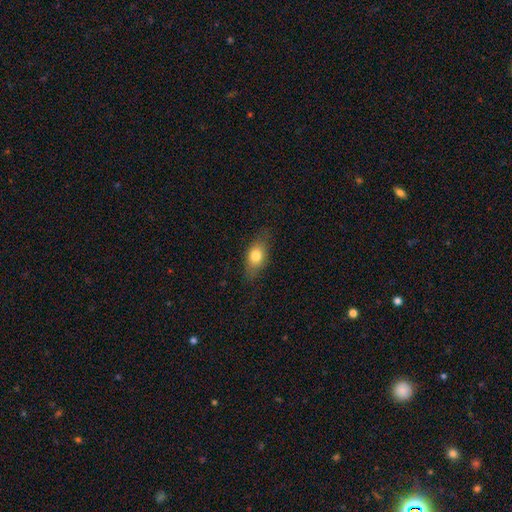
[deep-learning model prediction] Q: Smooth or featured?
A: smooth (76%); runner-up: featured or disk (16%)
Q: How rounded?
A: in between (80%); runner-up: round (13%)
Q: Merging?
A: none (76%); runner-up: minor disturbance (18%)